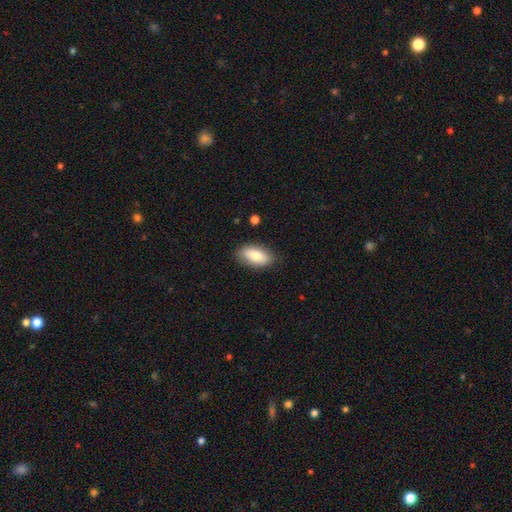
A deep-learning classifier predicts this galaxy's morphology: This is likely a smooth galaxy (80%). How rounded: clearly in between (91%). Merging: clearly none (84%).